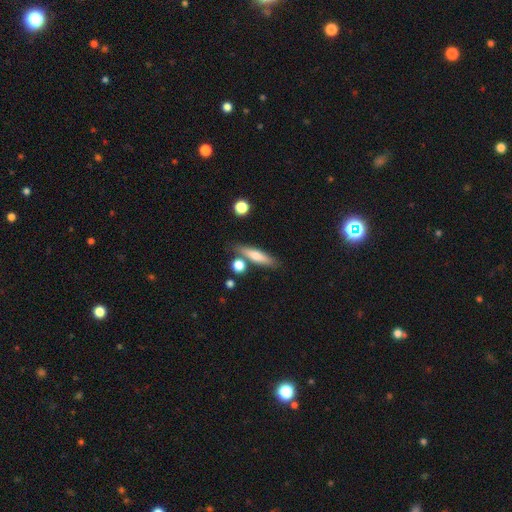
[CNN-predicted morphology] smooth_or_featured: smooth (p=0.61) [alt: featured or disk p=0.32]
how_rounded: cigar-shaped (p=0.77) [alt: in between p=0.19]
merging: none (p=0.73) [alt: minor disturbance p=0.12]